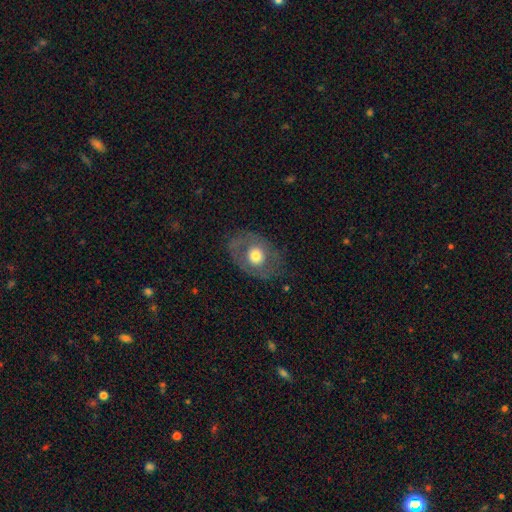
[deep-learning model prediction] A smooth galaxy with no disk features (49%). Merging: none (74%).